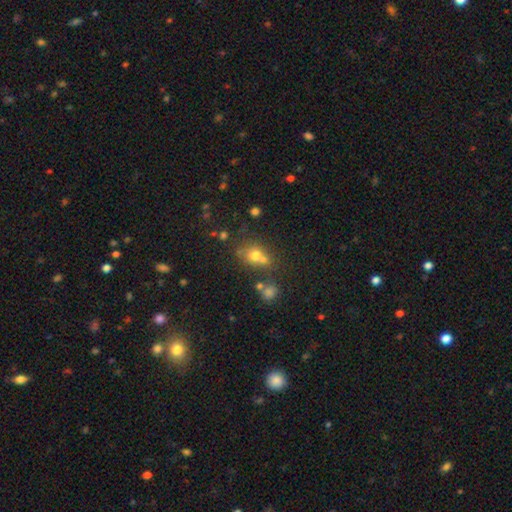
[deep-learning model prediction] Smooth or featured: smooth — 67% (star or artifact — 19%)
How rounded: round — 74% (in between — 25%)
Merging: none — 49% (merger — 35%)